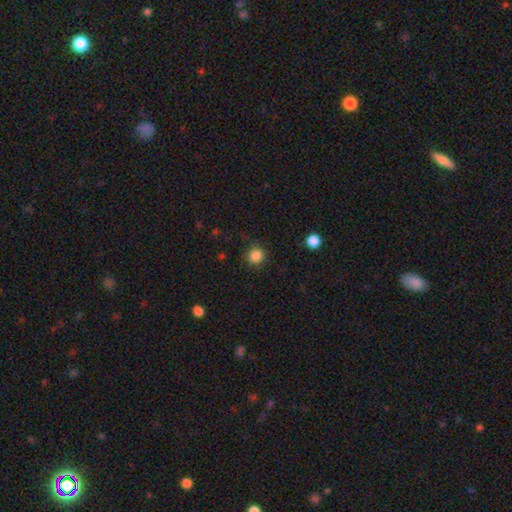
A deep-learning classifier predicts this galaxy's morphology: Smooth or featured: smooth — 86% (star or artifact — 11%)
How rounded: round — 88% (in between — 11%)
Merging: none — 85% (minor disturbance — 11%)